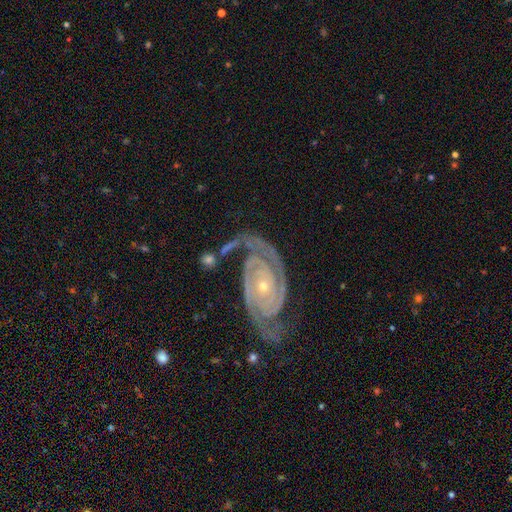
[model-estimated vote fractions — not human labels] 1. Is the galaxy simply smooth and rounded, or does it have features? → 93% featured or disk, 5% star or artifact, 3% smooth.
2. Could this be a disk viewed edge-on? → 97% no, 3% yes.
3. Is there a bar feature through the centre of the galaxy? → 70% no, 18% weak, 12% strong.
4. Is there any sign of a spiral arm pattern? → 99% yes, 1% no.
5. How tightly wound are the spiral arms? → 74% tight, 23% medium, 4% loose.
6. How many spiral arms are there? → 85% 2, 6% 3, 3% can't tell, 2% 4, 2% 1, 2% more than 4.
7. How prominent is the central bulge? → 72% small, 25% moderate, 1% large, 1% none, 1% dominant.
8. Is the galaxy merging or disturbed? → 73% none, 16% minor disturbance, 6% major disturbance, 5% merger.